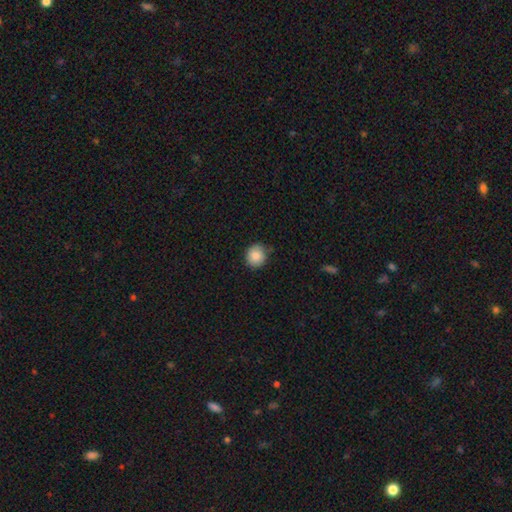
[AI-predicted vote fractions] smooth 86%, star or artifact 9%, featured or disk 6%. Down the decision tree: how rounded — round (84%); merging — none (79%).